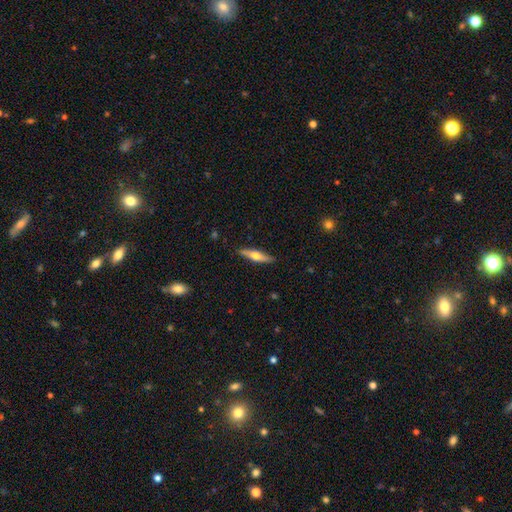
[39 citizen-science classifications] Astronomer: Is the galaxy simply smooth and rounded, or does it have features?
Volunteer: featured or disk — 51% (runner-up: smooth, 44%).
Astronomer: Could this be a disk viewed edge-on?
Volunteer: yes — 75%.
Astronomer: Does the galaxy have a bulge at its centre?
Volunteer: rounded — 80%.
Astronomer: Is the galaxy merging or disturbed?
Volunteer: none — 92%.